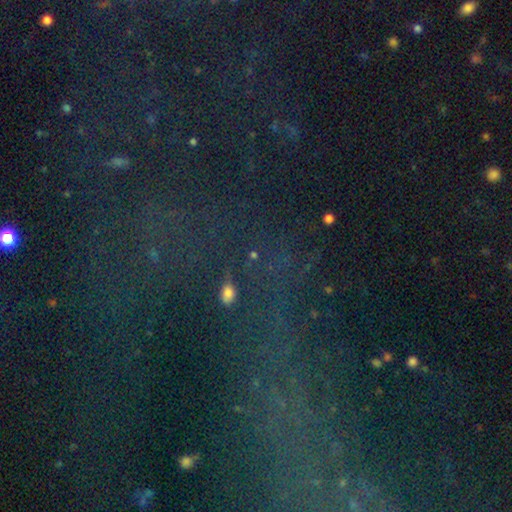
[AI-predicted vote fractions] Q: Smooth or featured?
A: star or artifact (71%); runner-up: smooth (18%)